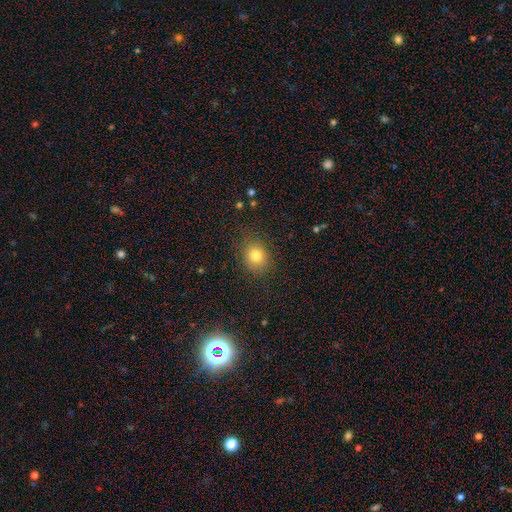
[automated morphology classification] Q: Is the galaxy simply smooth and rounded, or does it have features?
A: smooth — 79%.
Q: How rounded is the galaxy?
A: round — 76%.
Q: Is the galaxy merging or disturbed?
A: none — 84%.